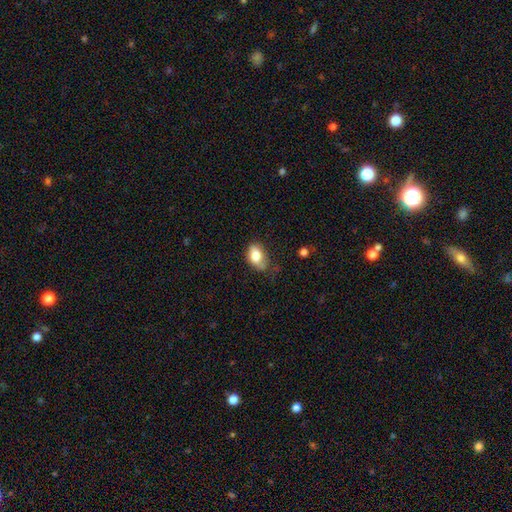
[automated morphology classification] smooth 79%, featured or disk 13%, star or artifact 8%. Down the decision tree: how rounded — in between (85%); merging — none (50%).